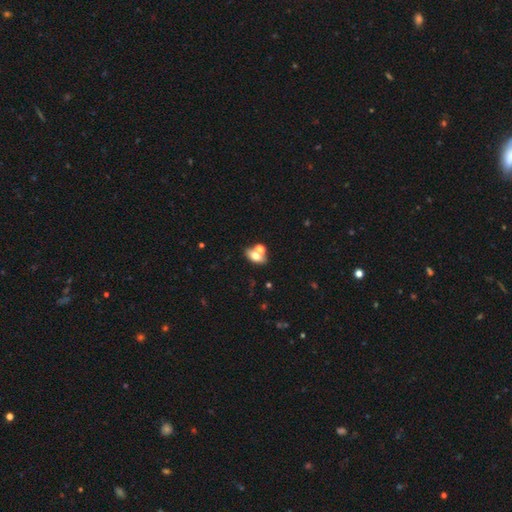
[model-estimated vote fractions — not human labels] Smooth or featured?
  - smooth: 62% *
  - featured or disk: 25%
  - star or artifact: 13%
How rounded?
  - in between: 71% *
  - round: 25%
  - cigar-shaped: 4%
Merging?
  - merger: 46% *
  - none: 39%
  - minor disturbance: 10%
  - major disturbance: 5%